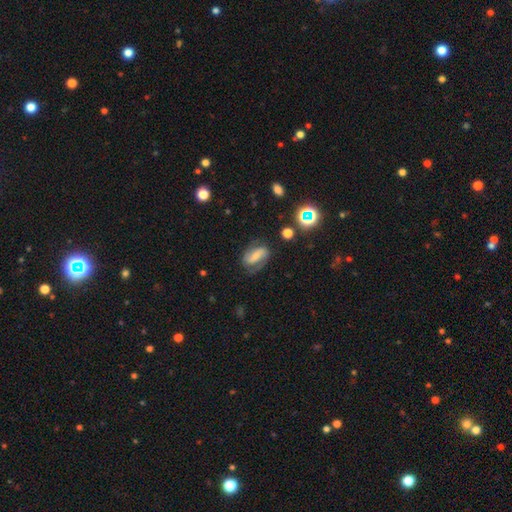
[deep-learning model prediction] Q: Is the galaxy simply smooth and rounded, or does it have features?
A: featured or disk — 67%.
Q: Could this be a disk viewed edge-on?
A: no — 95%.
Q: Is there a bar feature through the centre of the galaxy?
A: strong — 46%.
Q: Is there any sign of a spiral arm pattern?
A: yes — 90%.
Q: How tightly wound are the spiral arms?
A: medium — 45%.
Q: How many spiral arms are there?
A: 2 — 86%.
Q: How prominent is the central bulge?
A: small — 52%.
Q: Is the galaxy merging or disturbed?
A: none — 72%.